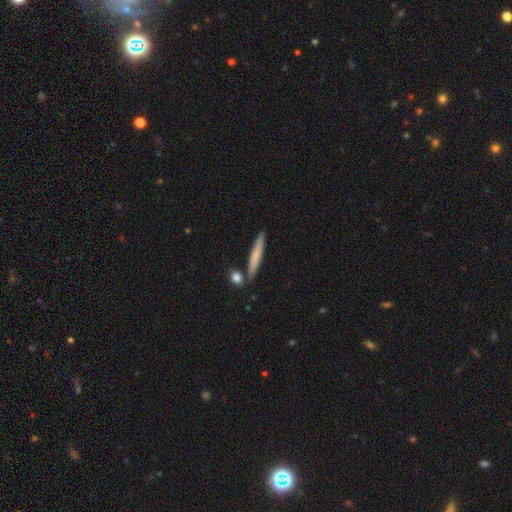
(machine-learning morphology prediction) Overall: smooth (67%; featured or disk 28%). How rounded: cigar-shaped (94%). Merging: none (83%).